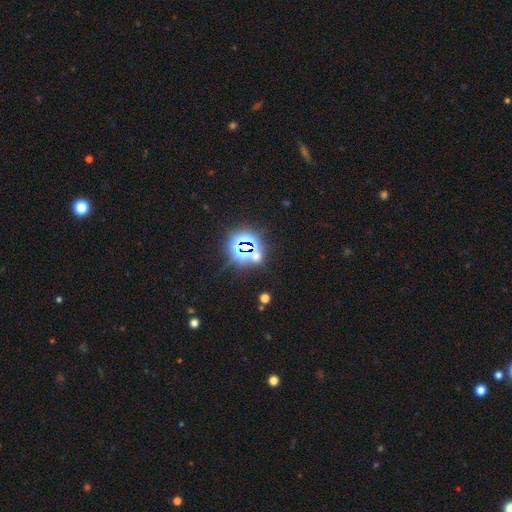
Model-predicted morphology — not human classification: Smooth or featured? Predicted: star or artifact (p=0.73).